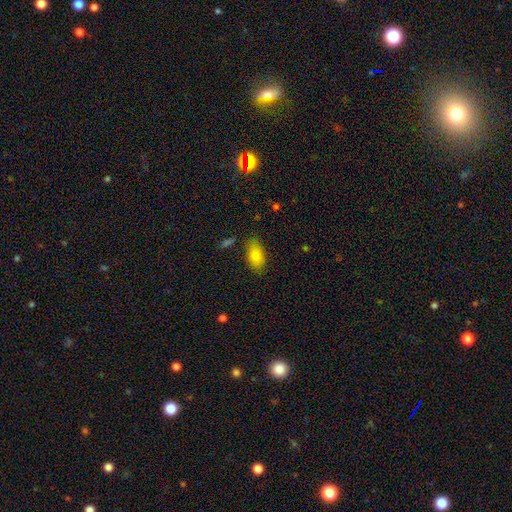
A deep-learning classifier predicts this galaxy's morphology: This appears to be a smooth galaxy with no disk features (83%) that is in between round and cigar-shaped (91%). Merging: none (80%).